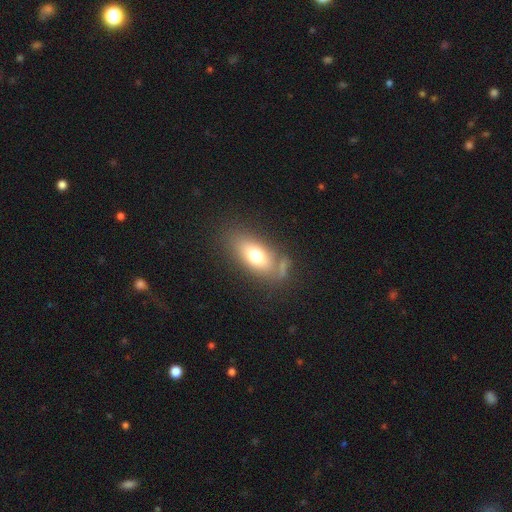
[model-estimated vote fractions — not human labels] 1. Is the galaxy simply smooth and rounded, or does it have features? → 70% smooth, 21% featured or disk, 9% star or artifact.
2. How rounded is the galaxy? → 84% in between, 8% cigar-shaped, 8% round.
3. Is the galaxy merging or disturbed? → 63% none, 17% minor disturbance, 12% merger, 8% major disturbance.